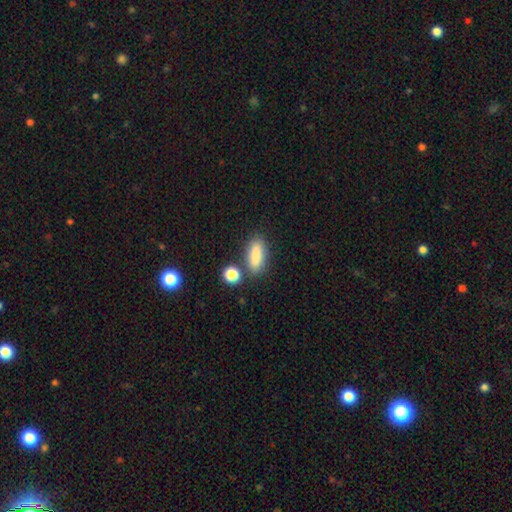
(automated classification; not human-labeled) This is clearly a smooth galaxy (85%). How rounded: likely in between (71%). Merging: likely none (73%).